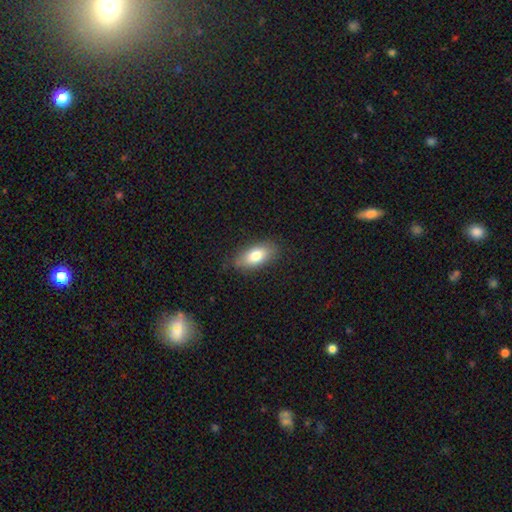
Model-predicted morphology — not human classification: smooth-or-featured: smooth: 78% | featured or disk: 15% | star or artifact: 7%
  how-rounded: in between: 89% | cigar-shaped: 7% | round: 4%
  merging: none: 82% | minor disturbance: 14% | major disturbance: 3% | merger: 1%